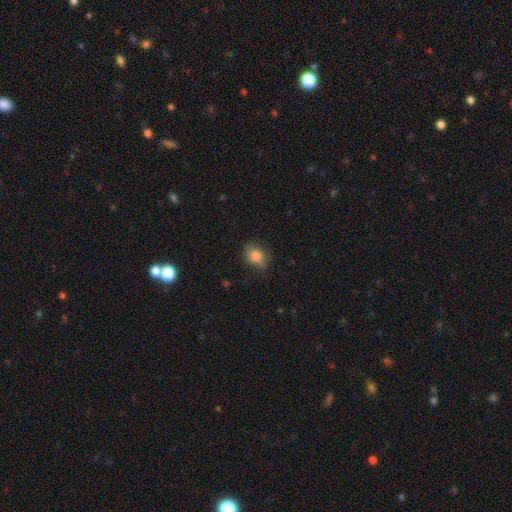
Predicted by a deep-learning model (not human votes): Smooth or featured? Predicted: smooth (p=0.85). How rounded? Predicted: in between (p=0.67). Merging? Predicted: none (p=0.74).